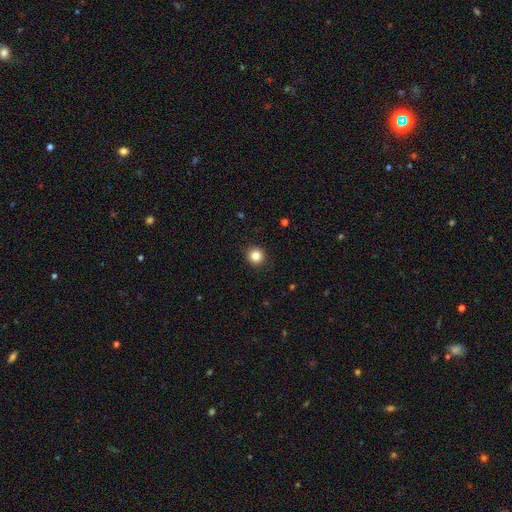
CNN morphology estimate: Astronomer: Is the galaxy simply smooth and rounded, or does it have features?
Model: smooth — 84%.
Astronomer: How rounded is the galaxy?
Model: round — 93%.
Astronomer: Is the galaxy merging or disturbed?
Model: none — 92%.